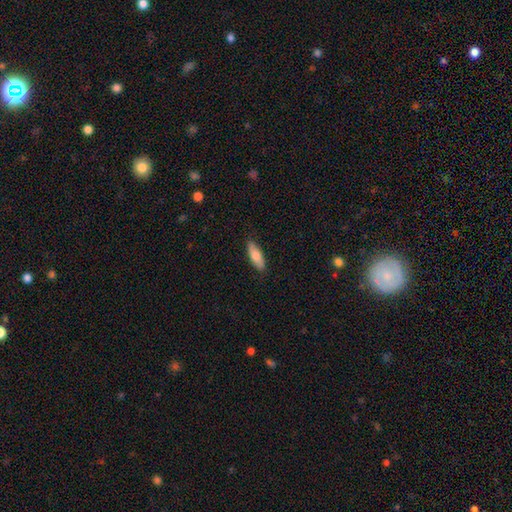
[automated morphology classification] Smooth or featured?
  - smooth: 72% *
  - featured or disk: 22%
  - star or artifact: 6%
How rounded?
  - in between: 59% *
  - cigar-shaped: 39%
  - round: 2%
Merging?
  - none: 87% *
  - minor disturbance: 10%
  - major disturbance: 2%
  - merger: 1%